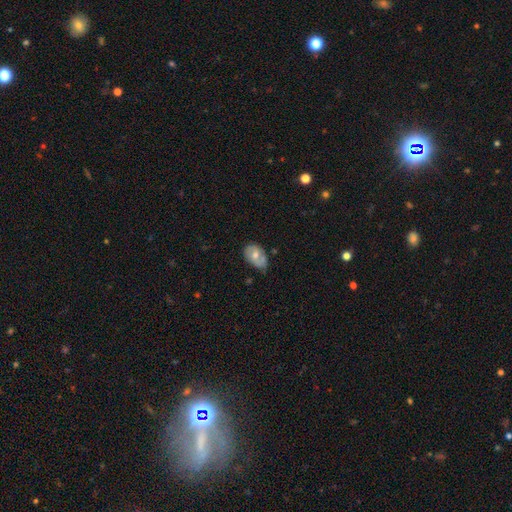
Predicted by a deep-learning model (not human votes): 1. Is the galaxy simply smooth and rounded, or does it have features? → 54% smooth, 38% featured or disk, 7% star or artifact.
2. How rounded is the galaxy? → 86% in between, 13% round, 1% cigar-shaped.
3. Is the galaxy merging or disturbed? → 60% none, 32% minor disturbance, 6% major disturbance, 3% merger.